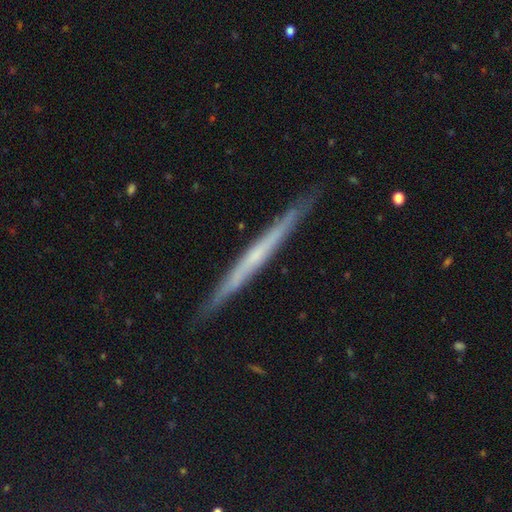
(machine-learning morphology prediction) This is likely a featured or disk galaxy (64%). It is clearly viewed edge-on (97%). Edge-on bulge: likely none (77%). Merging: clearly none (90%).